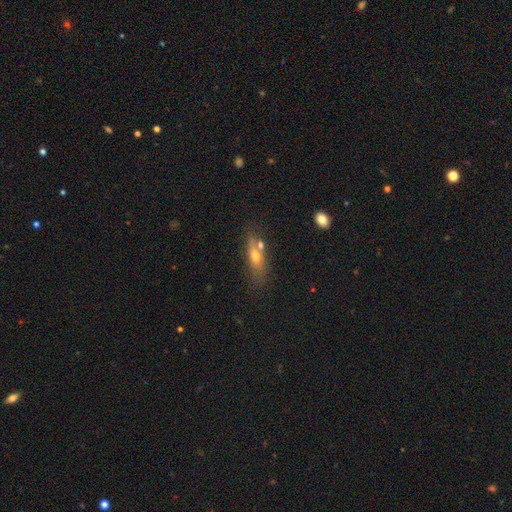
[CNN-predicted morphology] smooth_or_featured: smooth (p=0.54) [alt: featured or disk p=0.35]
how_rounded: in between (p=0.56) [alt: cigar-shaped p=0.36]
merging: none (p=0.57) [alt: merger p=0.20]